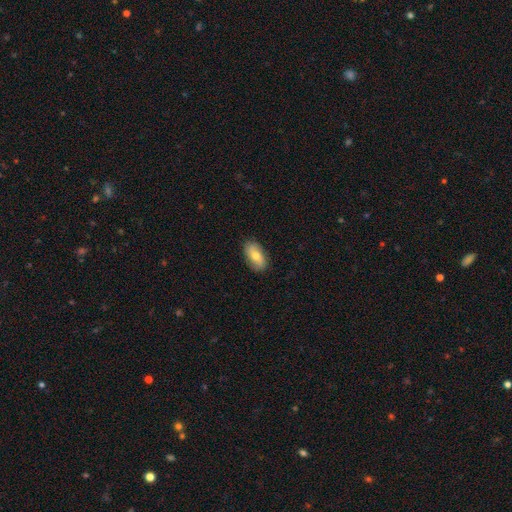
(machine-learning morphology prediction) Q: Smooth or featured?
A: smooth (65%); runner-up: featured or disk (29%)
Q: How rounded?
A: in between (91%); runner-up: round (5%)
Q: Merging?
A: none (85%); runner-up: minor disturbance (11%)